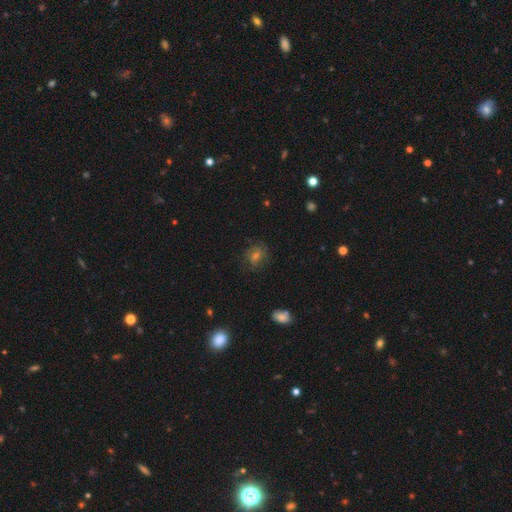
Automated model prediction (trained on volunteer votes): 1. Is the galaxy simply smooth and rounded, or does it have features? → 41% smooth, 31% featured or disk, 28% star or artifact.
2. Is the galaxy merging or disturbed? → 77% none, 15% minor disturbance, 7% major disturbance, 2% merger.